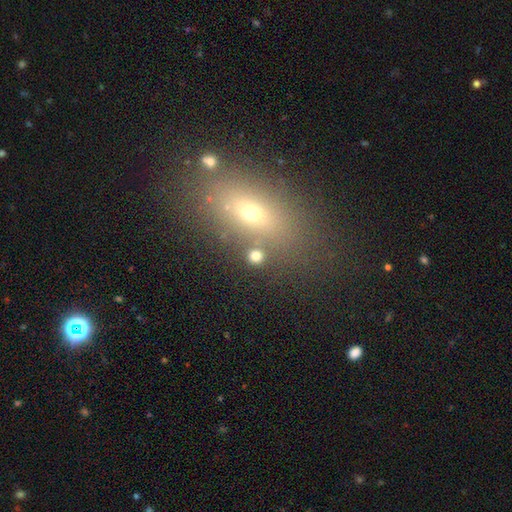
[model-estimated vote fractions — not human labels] A smooth galaxy with no disk features (74%) that is round (71%). Merging: none (78%).